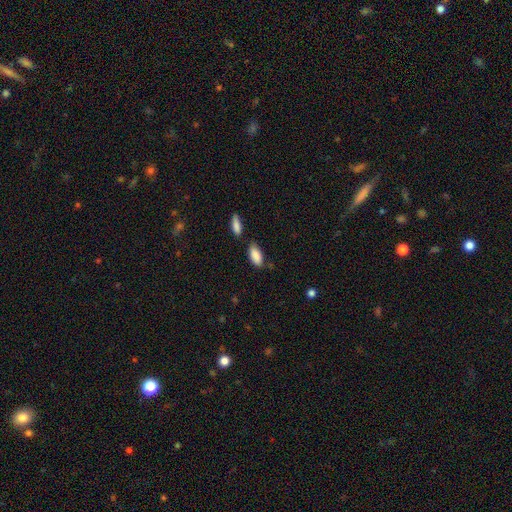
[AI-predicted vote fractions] Smooth or featured?
  - smooth: 88% *
  - star or artifact: 7%
  - featured or disk: 5%
How rounded?
  - in between: 87% *
  - cigar-shaped: 11%
  - round: 2%
Merging?
  - none: 65% *
  - minor disturbance: 20%
  - merger: 11%
  - major disturbance: 4%